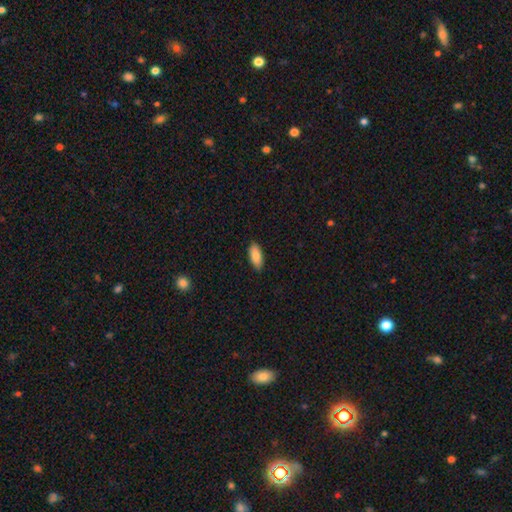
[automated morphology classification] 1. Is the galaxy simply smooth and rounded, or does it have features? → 85% smooth, 9% featured or disk, 6% star or artifact.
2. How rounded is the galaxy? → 86% in between, 12% cigar-shaped, 2% round.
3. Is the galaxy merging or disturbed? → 87% none, 10% minor disturbance, 2% major disturbance, 1% merger.